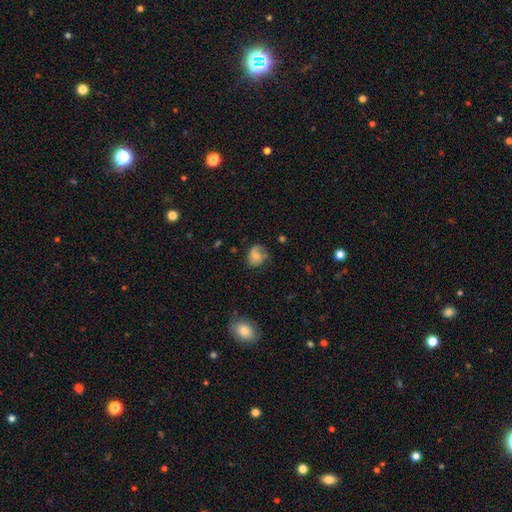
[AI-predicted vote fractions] Morphology: type=smooth (60%); roundness=round (59%); merging=none (52%).